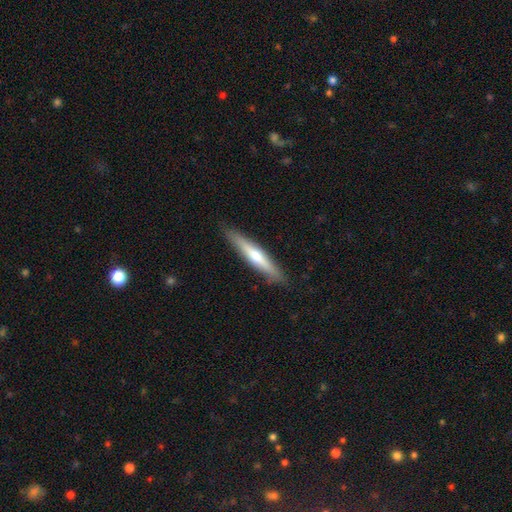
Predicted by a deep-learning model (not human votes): Q: Smooth or featured?
A: featured or disk (49%); runner-up: smooth (45%)
Q: Merging?
A: none (90%); runner-up: minor disturbance (8%)